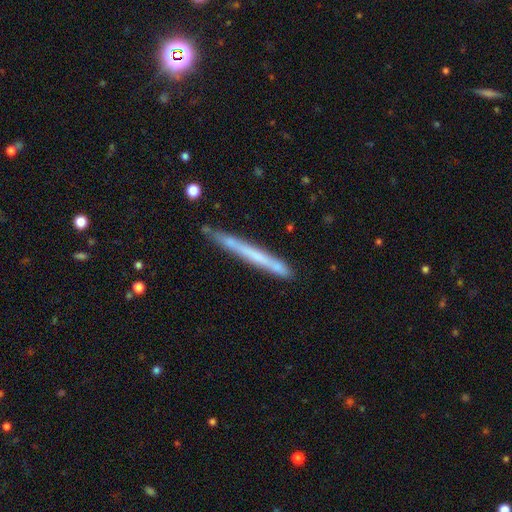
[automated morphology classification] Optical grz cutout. It shows a smooth galaxy with no disk features (48%). Merging: none (79%).